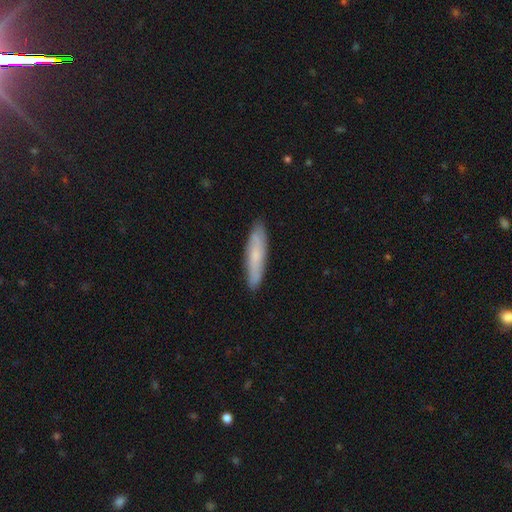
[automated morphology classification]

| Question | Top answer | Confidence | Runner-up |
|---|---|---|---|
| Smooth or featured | smooth | 64% | featured or disk (29%) |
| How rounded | cigar-shaped | 84% | in between (15%) |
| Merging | none | 88% | minor disturbance (9%) |